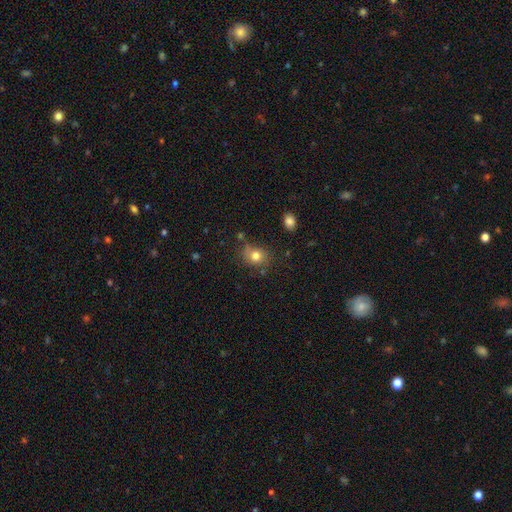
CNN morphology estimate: Overall: smooth (79%). How rounded: round (64%; in between 35%). Merging: none (67%).